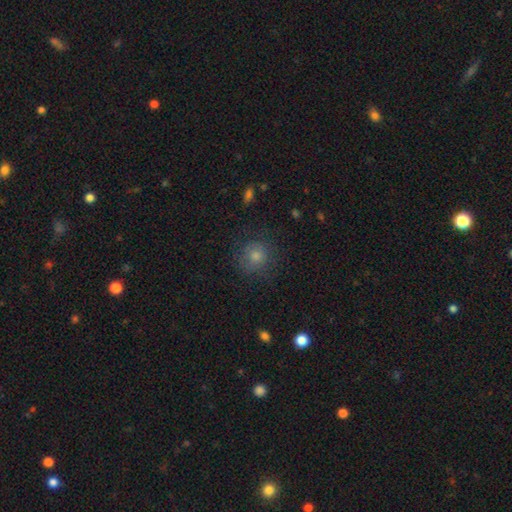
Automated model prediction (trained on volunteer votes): Overall: smooth (65%). How rounded: round (91%). Merging: none (80%).